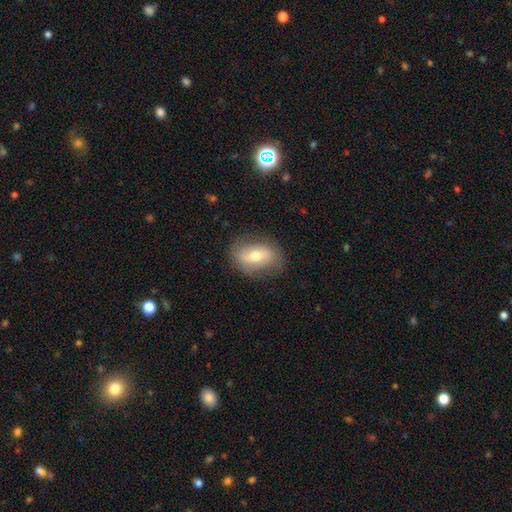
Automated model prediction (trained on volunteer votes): Q: Smooth or featured?
A: featured or disk (50%); runner-up: smooth (41%)
Q: Merging?
A: none (79%); runner-up: minor disturbance (15%)